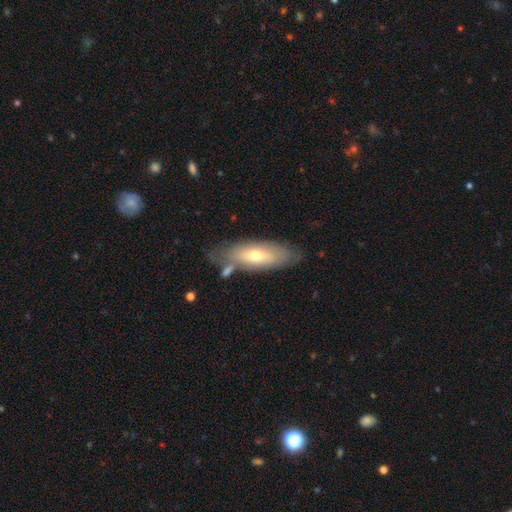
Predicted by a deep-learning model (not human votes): Overall: smooth (58%; featured or disk 36%). How rounded: in between (69%; cigar-shaped 29%). Merging: none (66%).